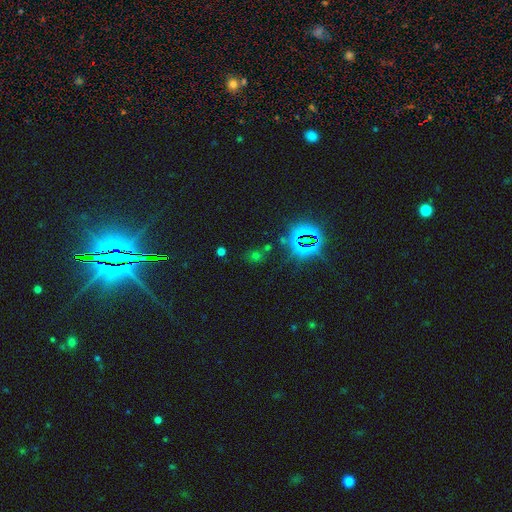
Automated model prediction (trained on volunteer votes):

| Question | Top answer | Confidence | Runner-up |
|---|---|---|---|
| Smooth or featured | star or artifact | 58% | smooth (34%) |